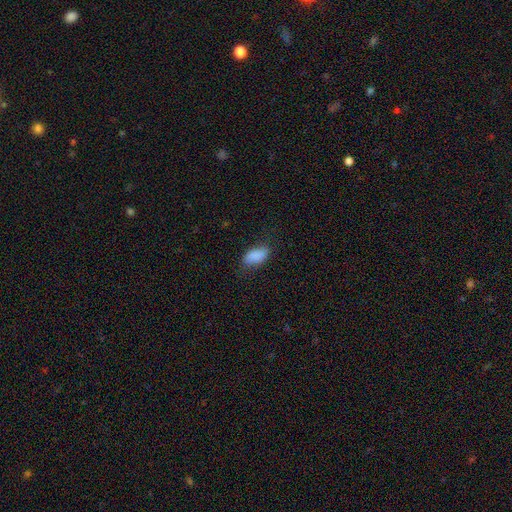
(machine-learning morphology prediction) smooth 86%, star or artifact 7%, featured or disk 6%. Down the decision tree: how rounded — in between (92%); merging — none (71%).